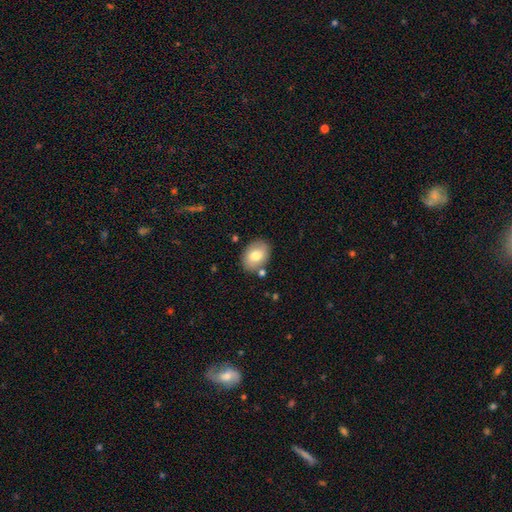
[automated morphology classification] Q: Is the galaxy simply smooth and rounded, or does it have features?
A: smooth — 74%.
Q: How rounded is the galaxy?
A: in between — 72%.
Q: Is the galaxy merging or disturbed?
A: none — 80%.